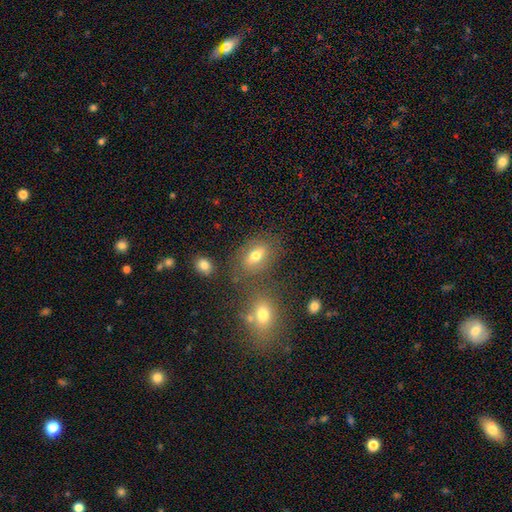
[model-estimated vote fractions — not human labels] Q: Smooth or featured?
A: smooth (67%); runner-up: featured or disk (19%)
Q: How rounded?
A: in between (80%); runner-up: round (17%)
Q: Merging?
A: none (67%); runner-up: minor disturbance (14%)